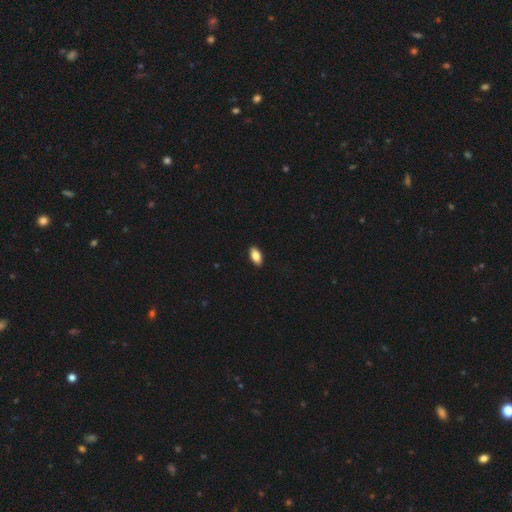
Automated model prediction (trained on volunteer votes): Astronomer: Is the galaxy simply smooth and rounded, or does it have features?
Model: smooth — 86%.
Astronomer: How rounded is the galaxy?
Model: in between — 92%.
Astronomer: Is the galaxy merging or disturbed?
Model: none — 90%.